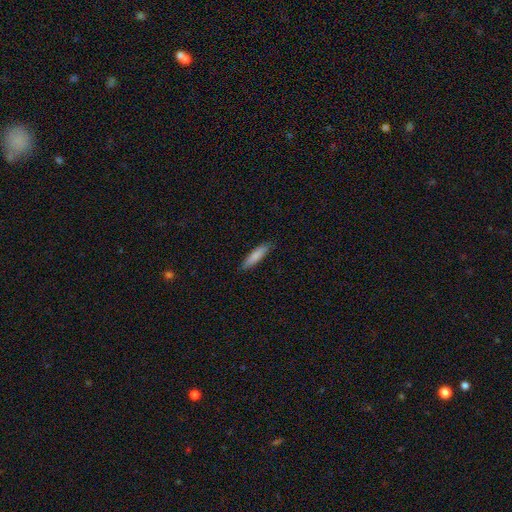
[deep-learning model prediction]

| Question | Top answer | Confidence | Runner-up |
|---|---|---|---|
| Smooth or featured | smooth | 83% | featured or disk (11%) |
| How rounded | cigar-shaped | 75% | in between (23%) |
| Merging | none | 86% | minor disturbance (11%) |